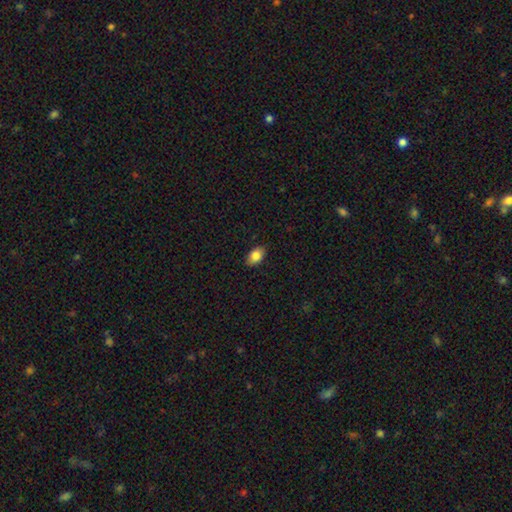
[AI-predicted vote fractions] Q: Smooth or featured?
A: smooth (84%); runner-up: featured or disk (8%)
Q: How rounded?
A: in between (88%); runner-up: round (10%)
Q: Merging?
A: none (87%); runner-up: minor disturbance (10%)